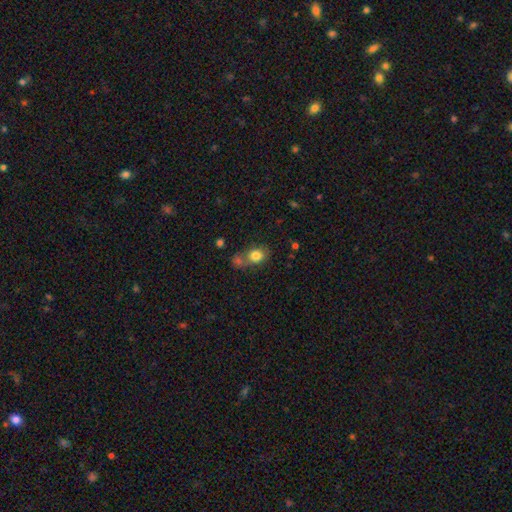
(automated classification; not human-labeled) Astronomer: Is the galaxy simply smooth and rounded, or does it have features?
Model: smooth — 80%.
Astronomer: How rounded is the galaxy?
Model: round — 51% (runner-up: in between, 47%).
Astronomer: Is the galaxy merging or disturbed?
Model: none — 43% (runner-up: merger, 36%).